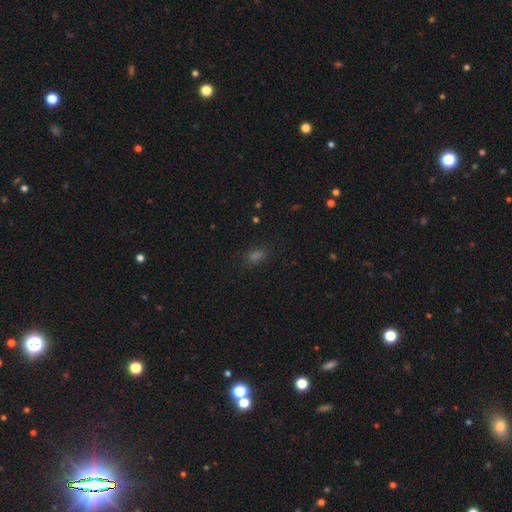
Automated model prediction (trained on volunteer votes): A smooth galaxy with no disk features (70%) that is in between round and cigar-shaped (82%). Merging: none (85%).